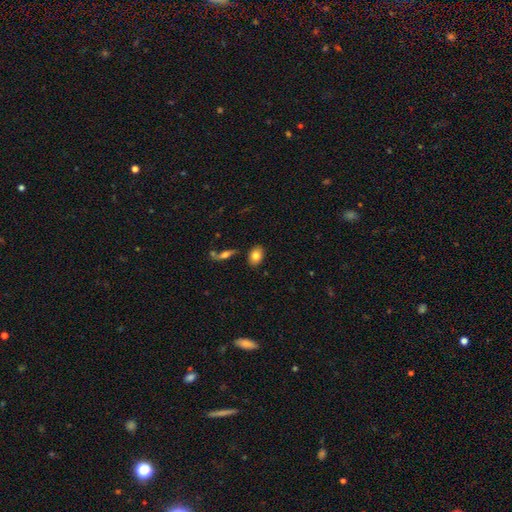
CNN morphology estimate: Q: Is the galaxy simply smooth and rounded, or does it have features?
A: smooth — 80%.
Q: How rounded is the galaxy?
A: in between — 80%.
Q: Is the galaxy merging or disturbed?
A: none — 84%.